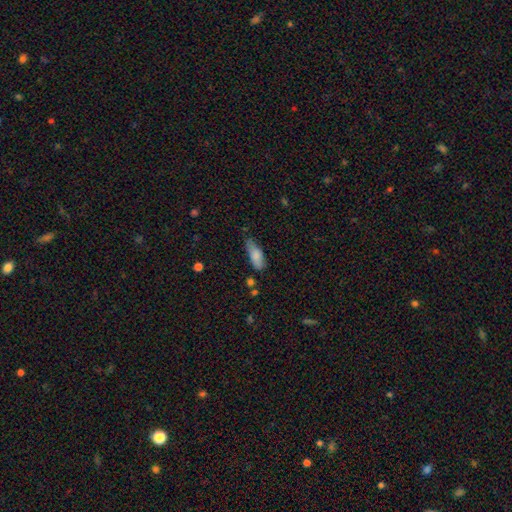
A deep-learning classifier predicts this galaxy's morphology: Smooth or featured? smooth (82%)
How rounded? in between (69%)
Merging? none (56%)